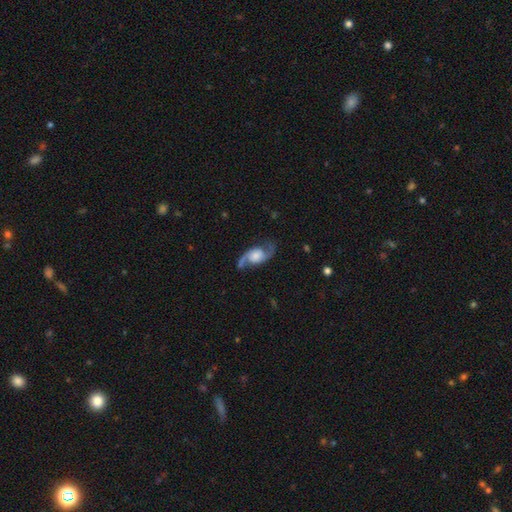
Smooth or featured: featured or disk — 85% (star or artifact — 10%)
Edge-on disk: no — 91% (yes — 9%)
Bar: no — 71% (weak — 26%)
Spiral arms: yes — 100%
Spiral winding: loose — 65% (medium — 32%)
Spiral arm count: 2 — 97% (1 — 3%)
Bulge size: small — 39% (moderate — 23%)
Merging: none — 61% (minor disturbance — 22%)